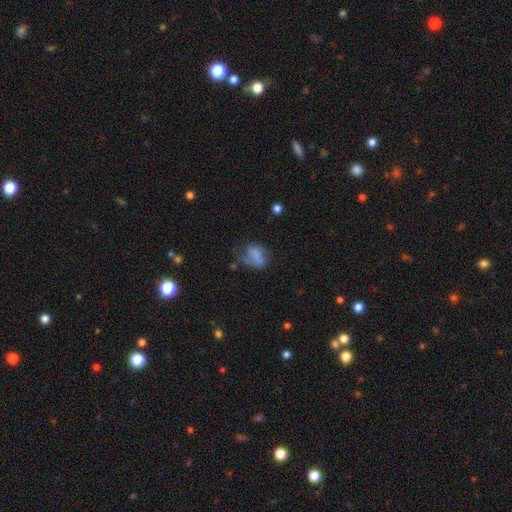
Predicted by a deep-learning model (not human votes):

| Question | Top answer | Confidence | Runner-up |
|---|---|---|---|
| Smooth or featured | smooth | 64% | featured or disk (24%) |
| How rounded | in between | 73% | round (25%) |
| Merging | major disturbance | 33% | none (31%) |